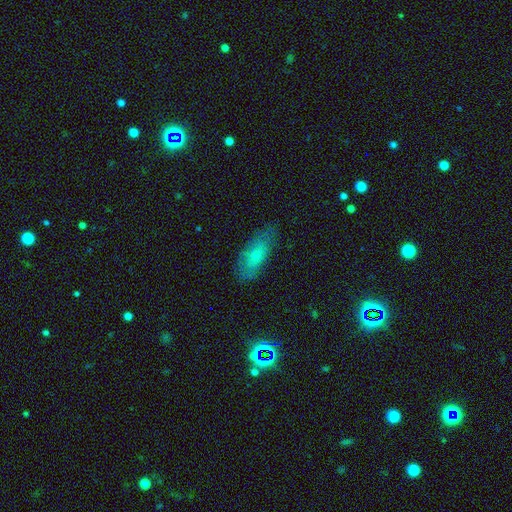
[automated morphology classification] Smooth or featured: smooth — 68% (featured or disk — 23%)
How rounded: in between — 75% (cigar-shaped — 23%)
Merging: none — 72% (minor disturbance — 21%)